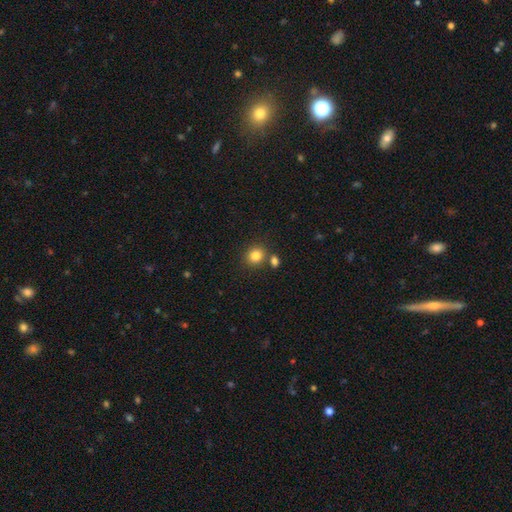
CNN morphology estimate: Smooth or featured: smooth — 83% (star or artifact — 11%)
How rounded: round — 80% (in between — 19%)
Merging: none — 74% (merger — 14%)